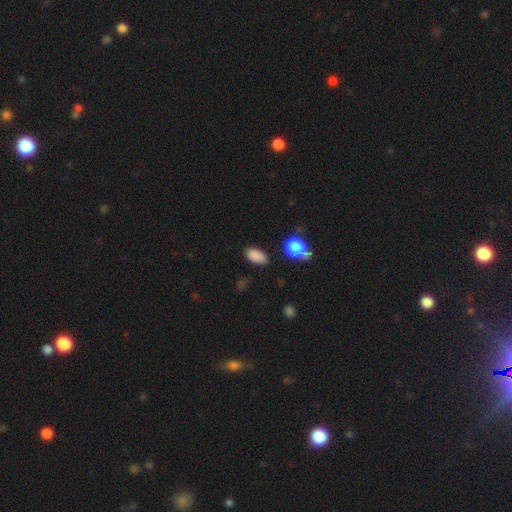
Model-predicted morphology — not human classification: A smooth galaxy with no disk features (86%) that is in between round and cigar-shaped (89%). Merging: none (81%).